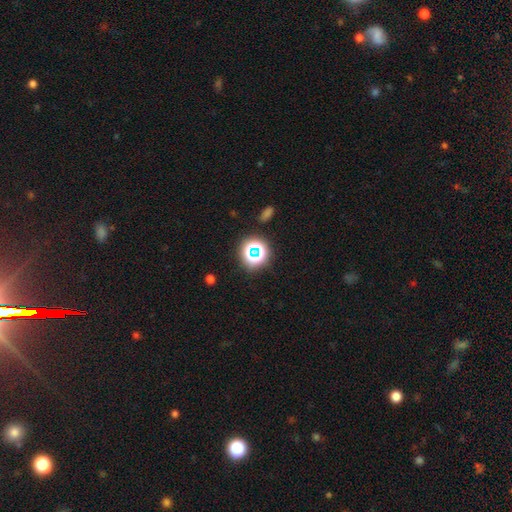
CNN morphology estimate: Smooth or featured: star or artifact — 60% (smooth — 30%)